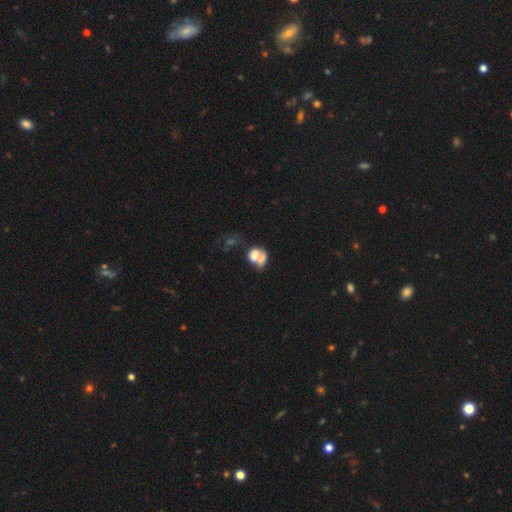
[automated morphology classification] The model was most divided on "how rounded": in between: 50%, round: 48%, cigar-shaped: 2%. More confident: smooth or featured — smooth (63%); merging — merger (52%).